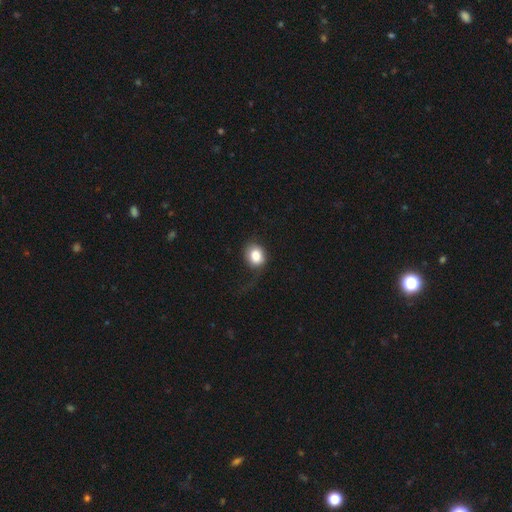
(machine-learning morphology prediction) A smooth galaxy with no disk features (83%) that is round (61%).

Vote fractions:
- Smooth or featured? smooth: 83% / featured or disk: 9% / star or artifact: 8%
- How rounded? round: 61% / in between: 38% / cigar-shaped: 1%
- Merging? none: 56% / minor disturbance: 23% / major disturbance: 20% / merger: 2%